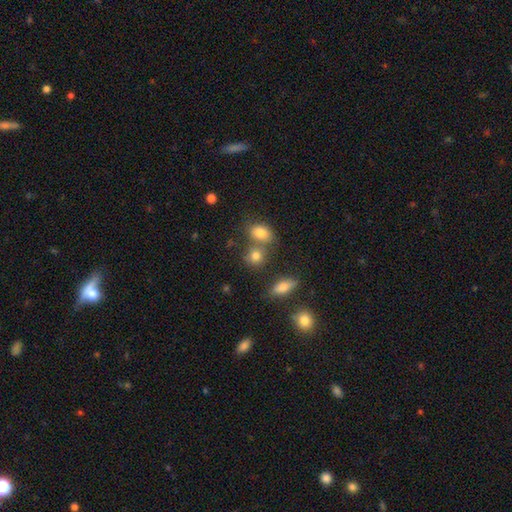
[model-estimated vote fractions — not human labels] Smooth or featured? smooth (79%)
How rounded? round (59%)
Merging? none (52%)